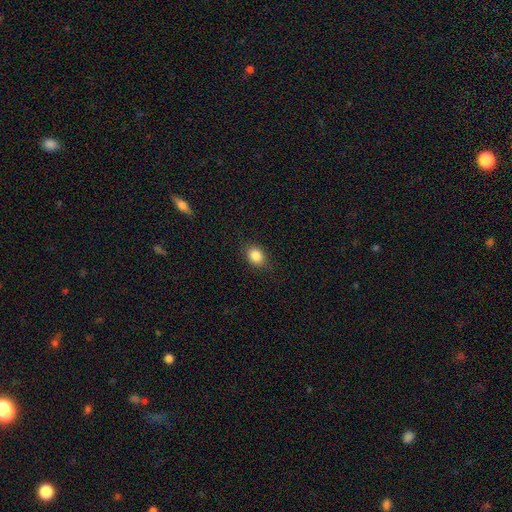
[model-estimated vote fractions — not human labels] This is clearly a smooth galaxy (85%). How rounded: possibly in between (58%). Merging: clearly none (84%).